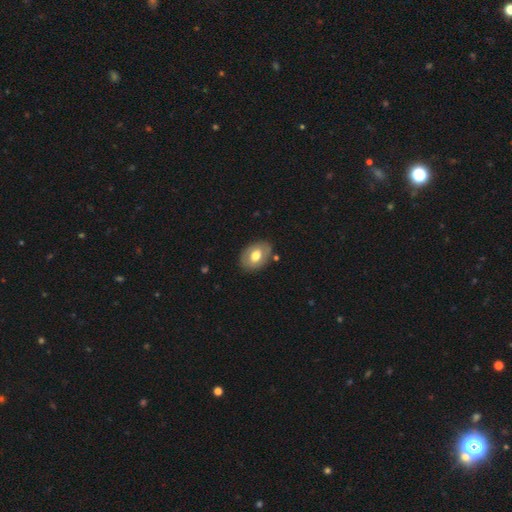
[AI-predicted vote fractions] A smooth galaxy with no disk features (62%) that is in between round and cigar-shaped (78%). Merging: none (81%).